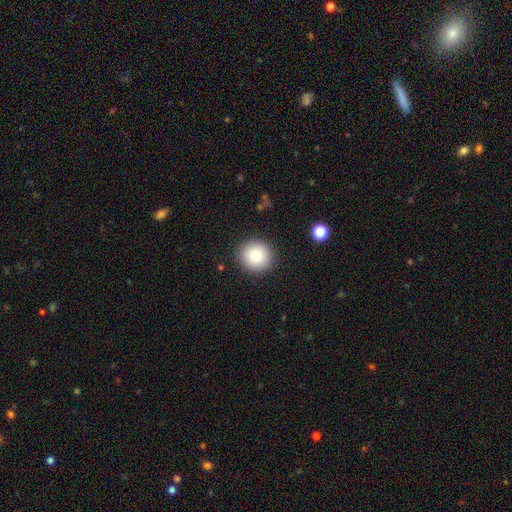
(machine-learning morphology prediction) This appears to be a smooth galaxy with no disk features (80%) that is round (92%). Merging: none (90%).